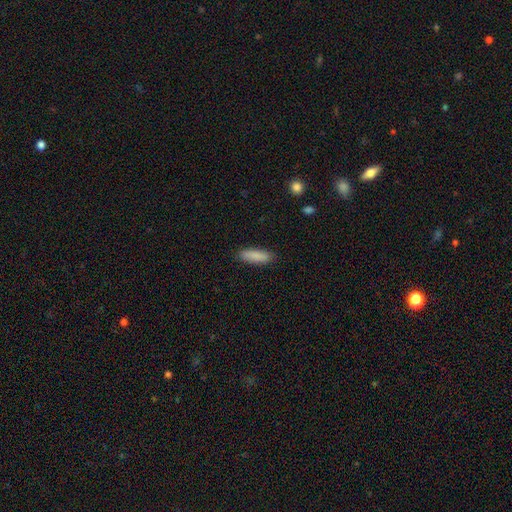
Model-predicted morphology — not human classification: smooth-or-featured: smooth: 88% | star or artifact: 6% | featured or disk: 6%
  how-rounded: cigar-shaped: 51% | in between: 48% | round: 2%
  merging: none: 87% | minor disturbance: 10% | major disturbance: 2% | merger: 1%